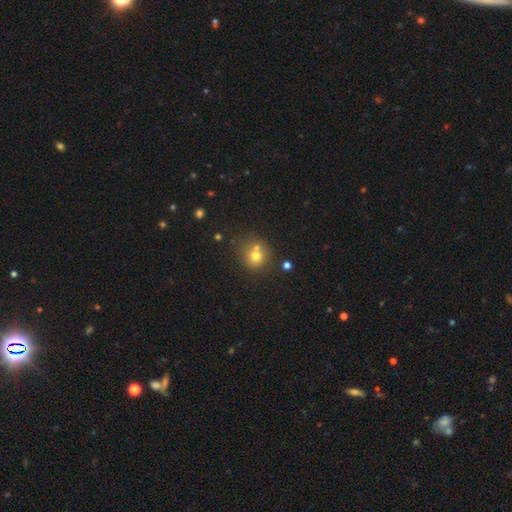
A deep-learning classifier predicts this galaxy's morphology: The model was most divided on "merging": none: 54%, merger: 31%, minor disturbance: 11%, major disturbance: 4%. More confident: how rounded — round (85%); smooth or featured — smooth (72%).